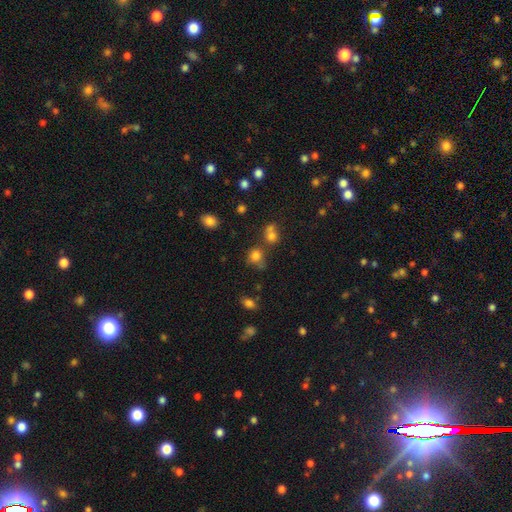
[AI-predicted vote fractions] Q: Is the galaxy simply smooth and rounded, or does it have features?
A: smooth — 77%.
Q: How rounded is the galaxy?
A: round — 81%.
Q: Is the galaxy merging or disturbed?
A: none — 59%.